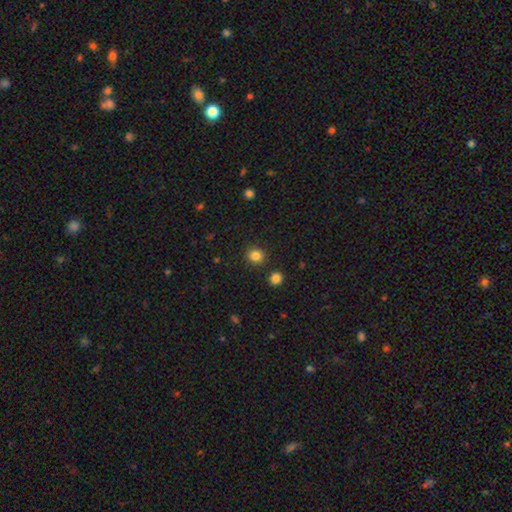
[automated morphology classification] This appears to be a smooth galaxy with no disk features (84%) that is round (87%). Merging: none (89%).